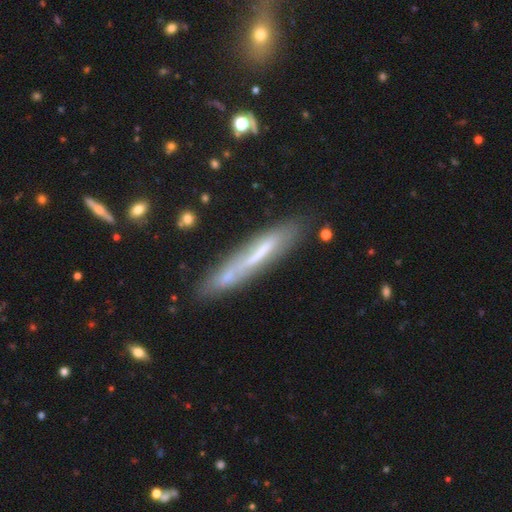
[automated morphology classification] Overall: featured or disk (53%; smooth 38%). Edge-on disk: yes (73%). Merging: none (67%).